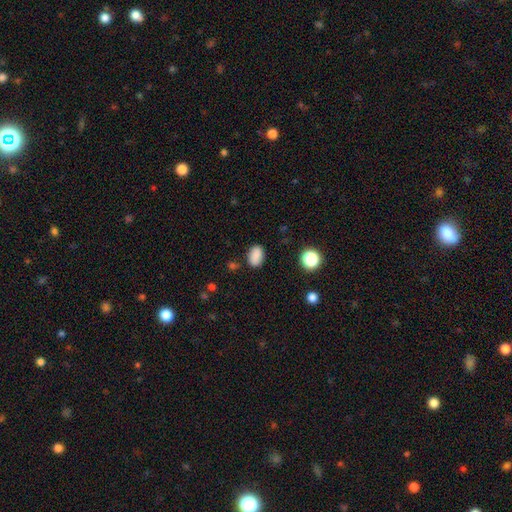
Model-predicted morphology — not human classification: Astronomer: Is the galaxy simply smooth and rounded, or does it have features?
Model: smooth — 86%.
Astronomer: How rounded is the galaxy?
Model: in between — 85%.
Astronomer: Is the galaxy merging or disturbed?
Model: none — 81%.